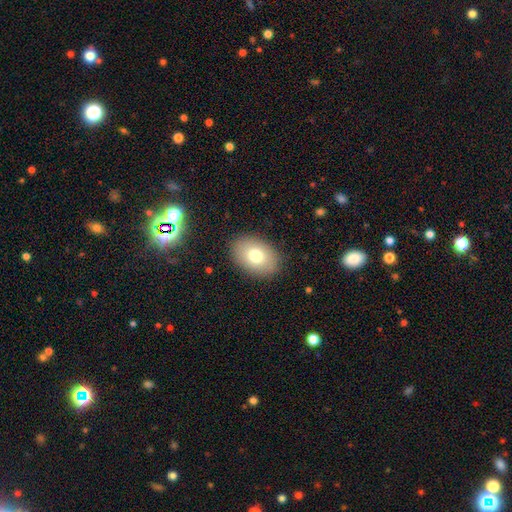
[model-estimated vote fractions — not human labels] The model was most divided on "smooth or featured": smooth: 76%, featured or disk: 15%, star or artifact: 8%. More confident: merging — none (87%); how rounded — in between (84%).